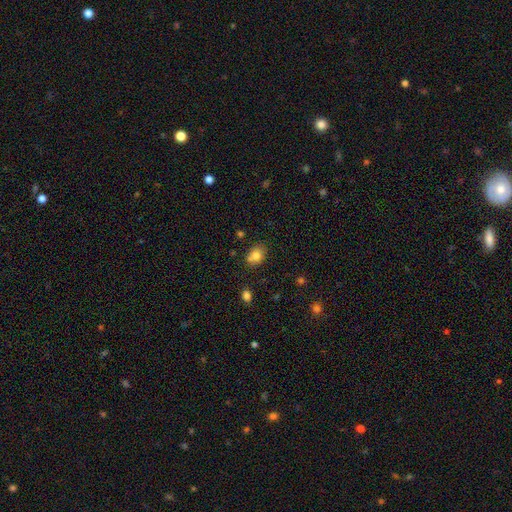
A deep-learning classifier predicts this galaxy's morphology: This appears to be a smooth galaxy with no disk features (78%) that is in between round and cigar-shaped (50%). Merging: none (63%).